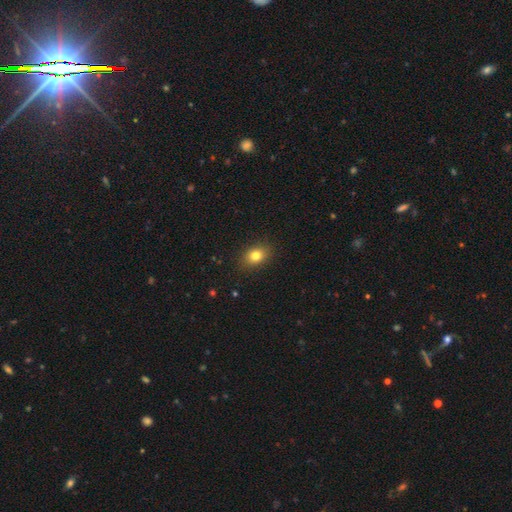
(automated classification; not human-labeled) smooth-or-featured: smooth: 80% | star or artifact: 11% | featured or disk: 9%
  how-rounded: in between: 65% | round: 33% | cigar-shaped: 1%
  merging: none: 88% | minor disturbance: 9% | major disturbance: 2% | merger: 1%